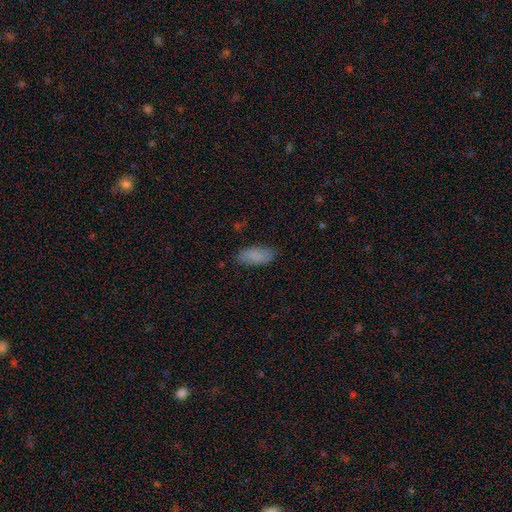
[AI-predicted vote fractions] Smooth or featured?
  - smooth: 86% *
  - featured or disk: 8%
  - star or artifact: 7%
How rounded?
  - in between: 82% *
  - cigar-shaped: 16%
  - round: 2%
Merging?
  - none: 81% *
  - minor disturbance: 15%
  - major disturbance: 3%
  - merger: 1%